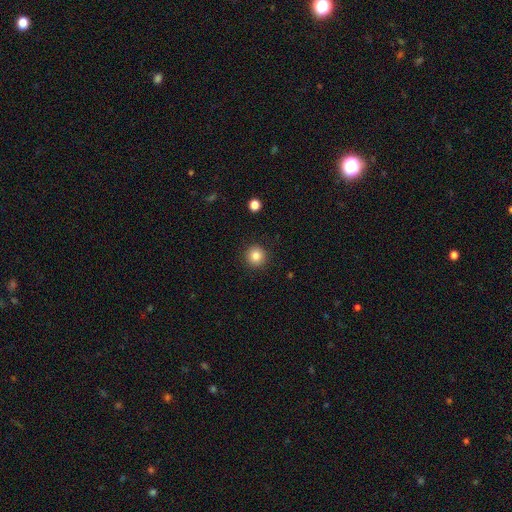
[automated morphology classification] Q: Smooth or featured?
A: smooth (84%); runner-up: star or artifact (10%)
Q: How rounded?
A: round (94%); runner-up: in between (5%)
Q: Merging?
A: none (92%); runner-up: minor disturbance (5%)